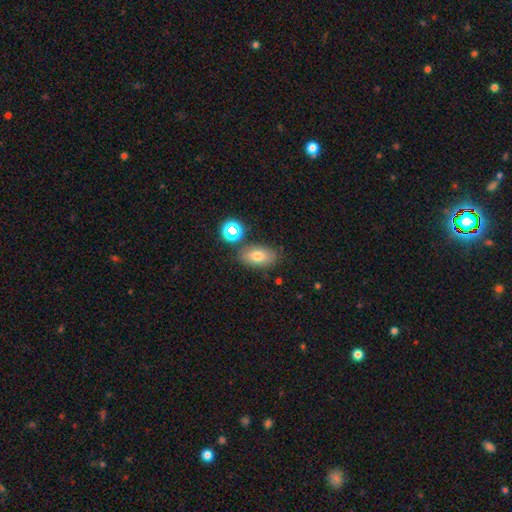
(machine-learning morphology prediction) smooth_or_featured: smooth (p=0.73) [alt: featured or disk p=0.14]
how_rounded: in between (p=0.87) [alt: round p=0.10]
merging: none (p=0.77) [alt: minor disturbance p=0.12]